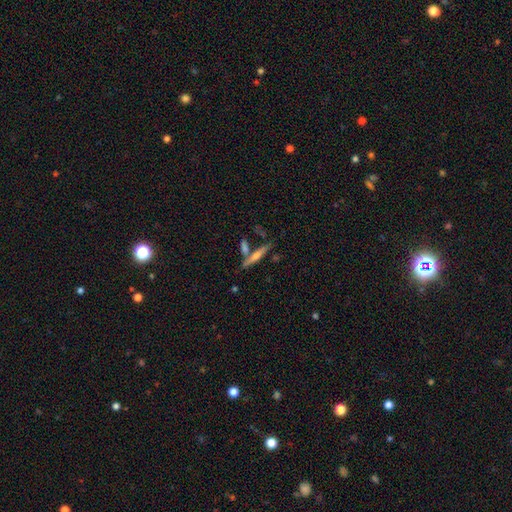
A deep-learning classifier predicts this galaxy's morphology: A featured or disk galaxy (56%) viewed edge-on (95%) with a rounded central bulge (69%). Merging: none (70%).